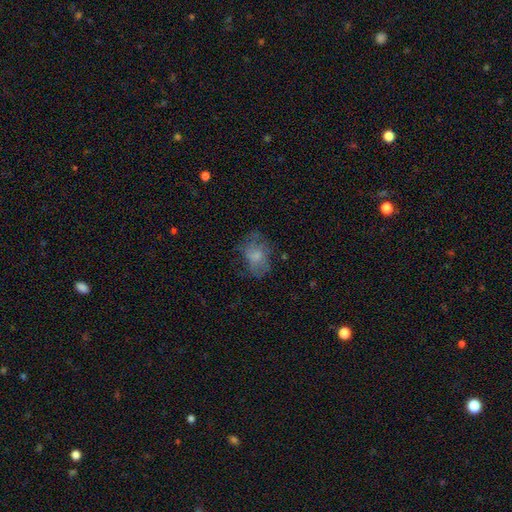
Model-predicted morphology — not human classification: smooth 57%, featured or disk 31%, star or artifact 11%. Down the decision tree: how rounded — in between (71%); merging — none (49%).